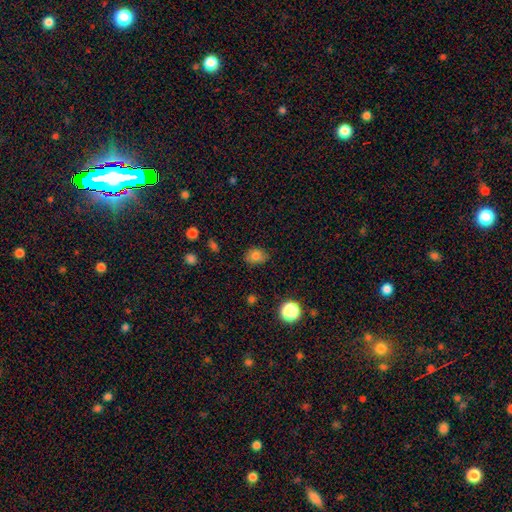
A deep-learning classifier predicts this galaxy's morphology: A smooth galaxy with no disk features (80%) that is in between round and cigar-shaped (55%). Merging: none (76%).